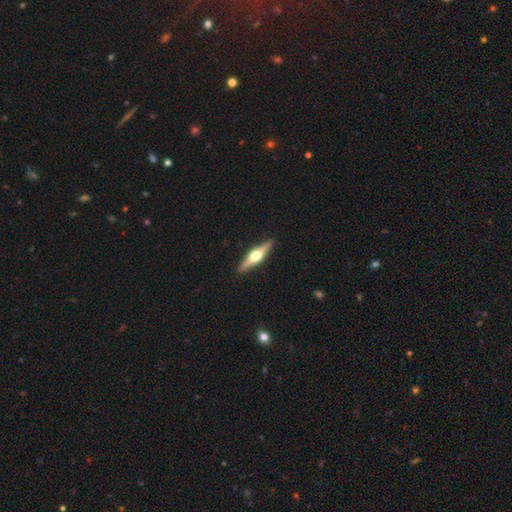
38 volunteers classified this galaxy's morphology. Overall: featured or disk (71%). Edge-on disk: yes (96%). Edge-on bulge: rounded (100%). Merging: none (92%).